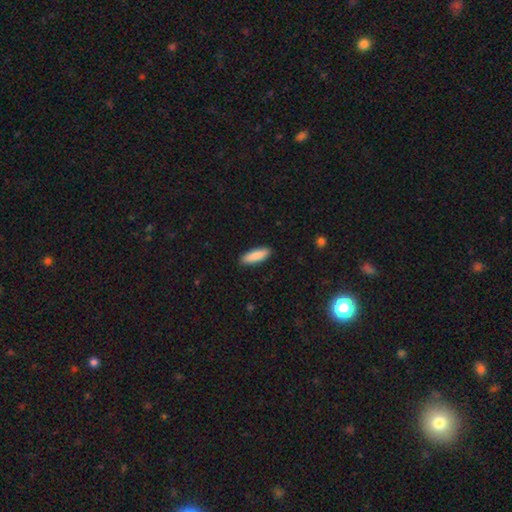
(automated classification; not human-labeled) Morphology: type=smooth (89%); roundness=in between (51%); merging=none (90%).